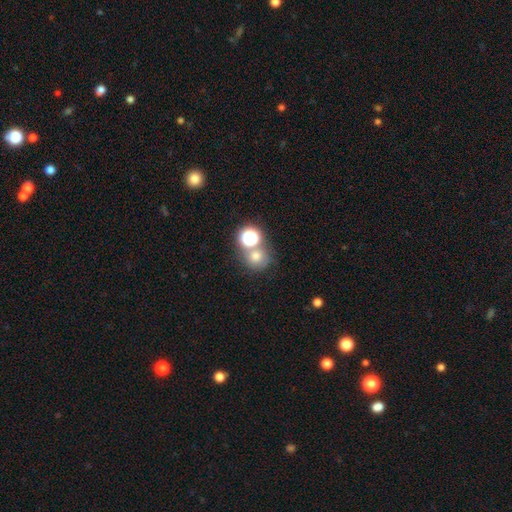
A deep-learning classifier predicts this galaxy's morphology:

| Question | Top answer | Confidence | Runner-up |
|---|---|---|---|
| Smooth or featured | smooth | 66% | star or artifact (23%) |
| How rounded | round | 83% | in between (16%) |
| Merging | none | 53% | merger (33%) |